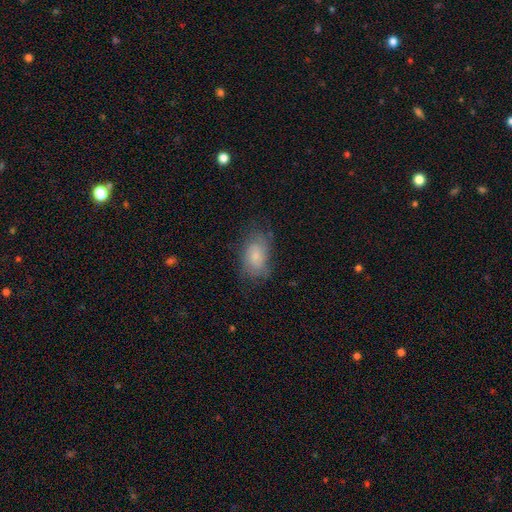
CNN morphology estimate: smooth-or-featured: smooth: 69% | featured or disk: 23% | star or artifact: 8%
  how-rounded: in between: 88% | round: 10% | cigar-shaped: 2%
  merging: none: 62% | minor disturbance: 25% | major disturbance: 11% | merger: 1%